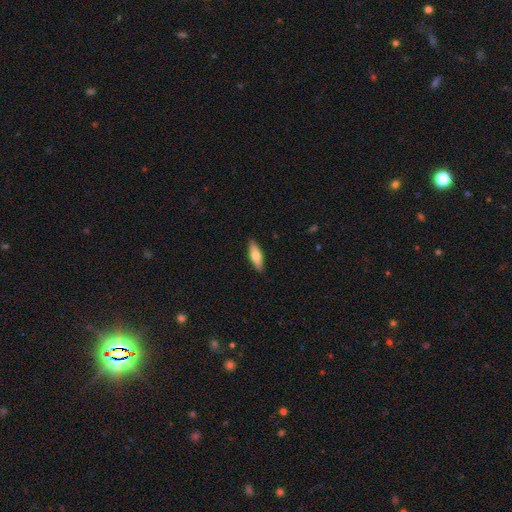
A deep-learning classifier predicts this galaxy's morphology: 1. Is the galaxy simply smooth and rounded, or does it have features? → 68% smooth, 26% featured or disk, 6% star or artifact.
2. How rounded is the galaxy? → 55% in between, 43% cigar-shaped, 2% round.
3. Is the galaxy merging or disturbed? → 89% none, 8% minor disturbance, 2% major disturbance, 1% merger.